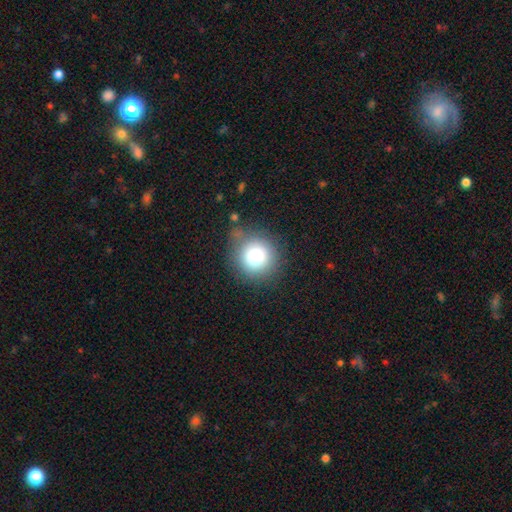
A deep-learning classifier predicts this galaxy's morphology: Overall: smooth (76%). How rounded: round (94%). Merging: none (78%).